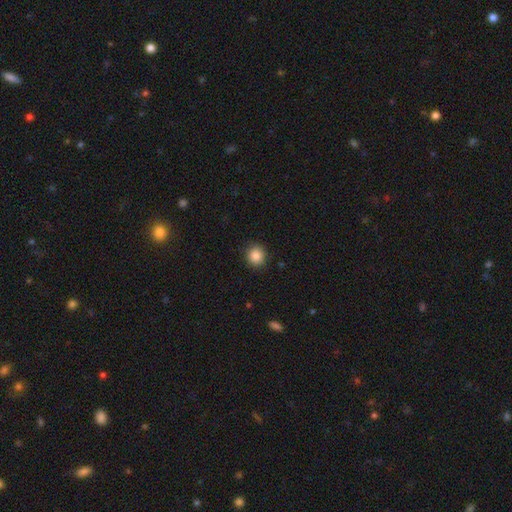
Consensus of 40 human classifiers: This appears to be a smooth galaxy with no disk features (88%) that is round (83%). Merging: none (86%).